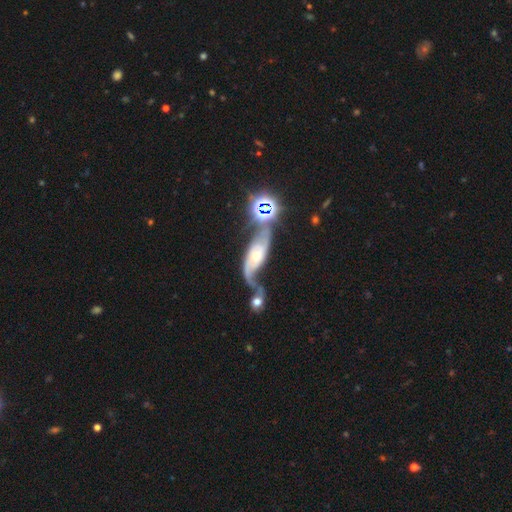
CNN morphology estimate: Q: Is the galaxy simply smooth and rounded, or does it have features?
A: featured or disk — 80%.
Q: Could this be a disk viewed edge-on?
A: no — 91%.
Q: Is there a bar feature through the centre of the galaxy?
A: no — 60%.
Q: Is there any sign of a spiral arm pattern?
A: yes — 93%.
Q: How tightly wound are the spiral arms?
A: loose — 50%.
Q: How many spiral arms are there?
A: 2 — 85%.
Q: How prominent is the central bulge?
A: moderate — 57%.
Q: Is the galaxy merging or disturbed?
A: none — 34%, tied with merger.